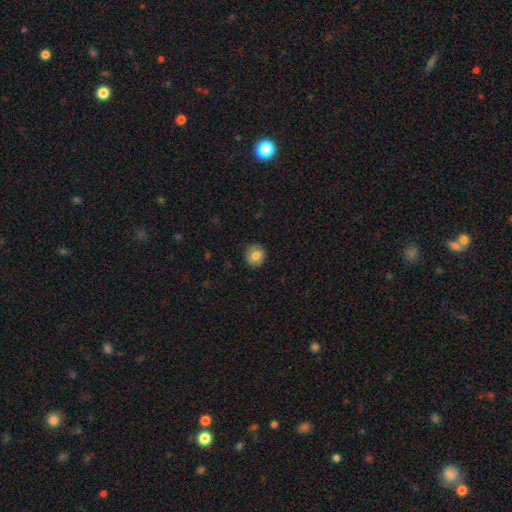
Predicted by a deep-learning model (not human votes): This is likely a smooth galaxy (76%). How rounded: clearly round (87%). Merging: clearly none (87%).